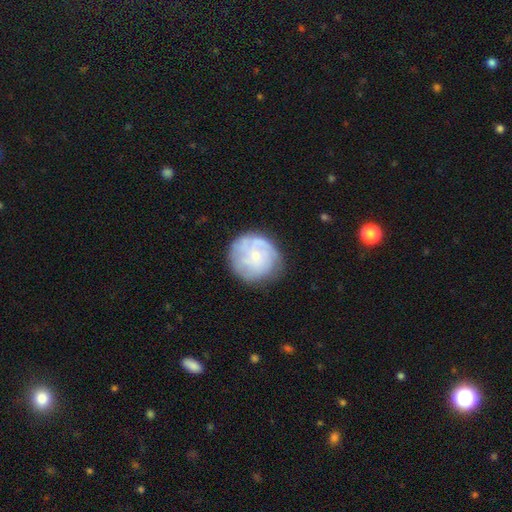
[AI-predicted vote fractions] Smooth or featured? featured or disk (53%)
Edge-on disk? no (98%)
Bar? no (82%)
Spiral arms? yes (63%)
Bulge size? small (70%)
Merging? none (71%)